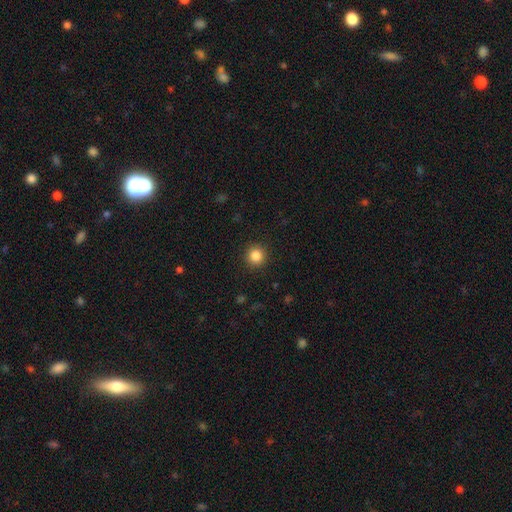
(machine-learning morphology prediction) smooth 85%, star or artifact 11%, featured or disk 4%. Down the decision tree: how rounded — round (94%); merging — none (92%).